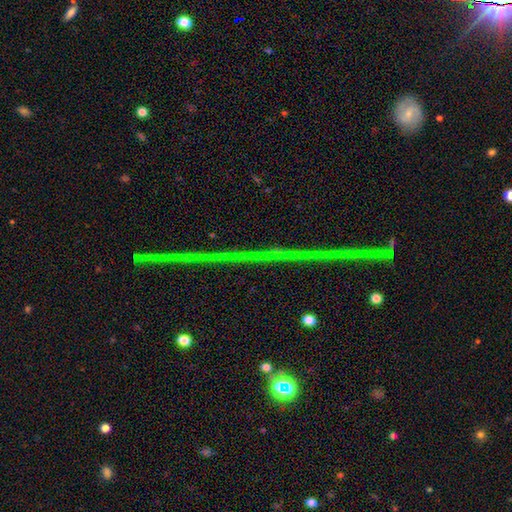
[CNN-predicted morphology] Smooth or featured: star or artifact — 80% (featured or disk — 13%)